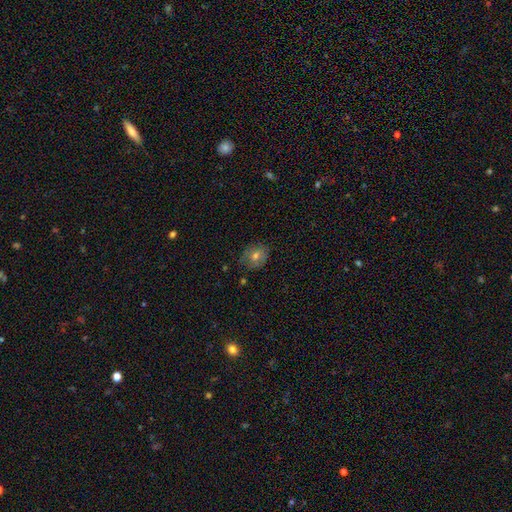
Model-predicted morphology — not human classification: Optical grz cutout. It shows a smooth galaxy with no disk features (56%) that is round (55%). Merging: none (75%).